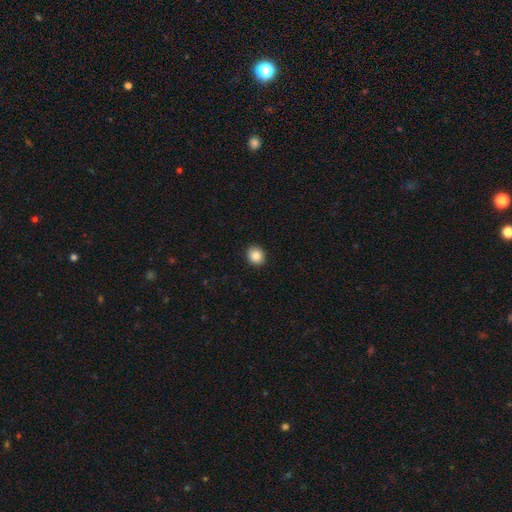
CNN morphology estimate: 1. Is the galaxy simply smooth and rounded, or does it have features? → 86% smooth, 9% star or artifact, 5% featured or disk.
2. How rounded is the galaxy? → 77% round, 22% in between, 1% cigar-shaped.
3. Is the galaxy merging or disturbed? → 92% none, 5% minor disturbance, 2% major disturbance, 1% merger.